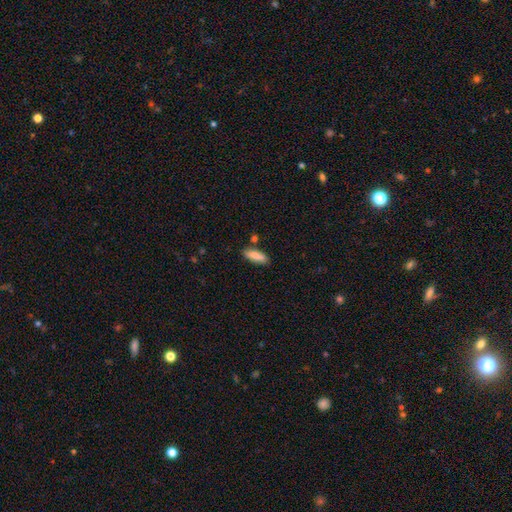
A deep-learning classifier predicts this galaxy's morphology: Q: Smooth or featured?
A: smooth (85%); runner-up: featured or disk (9%)
Q: How rounded?
A: in between (58%); runner-up: cigar-shaped (41%)
Q: Merging?
A: none (78%); runner-up: minor disturbance (14%)